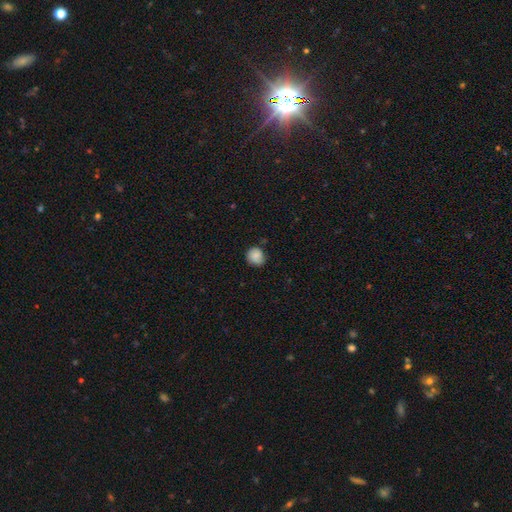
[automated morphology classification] This appears to be a smooth galaxy with no disk features (81%) that is round (84%). Merging: none (73%).